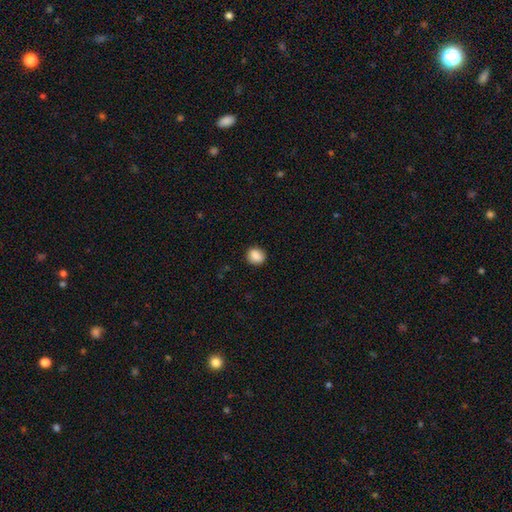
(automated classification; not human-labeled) Morphology: type=smooth (88%); roundness=round (71%); merging=none (88%).